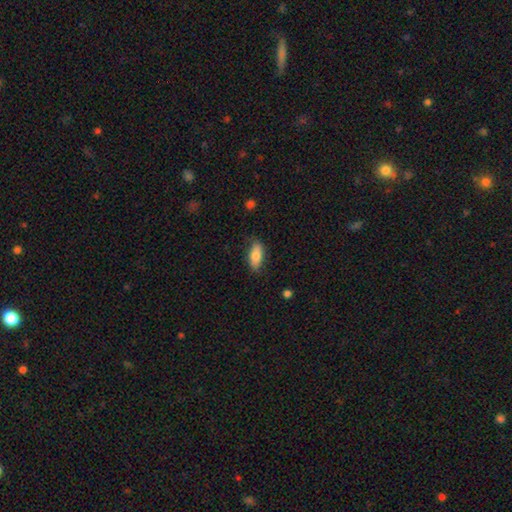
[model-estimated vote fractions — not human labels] Overall: smooth (77%). How rounded: in between (84%). Merging: none (77%).